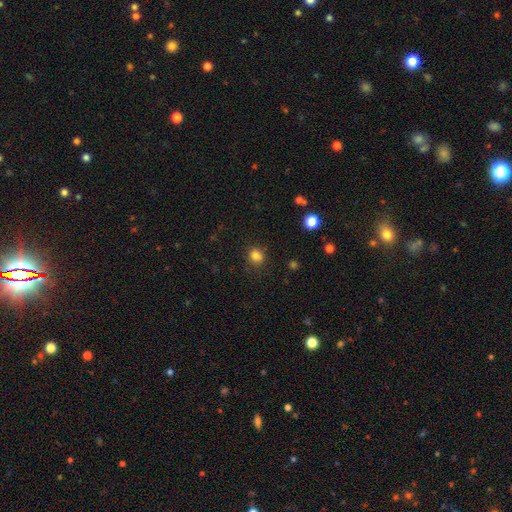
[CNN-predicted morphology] A smooth galaxy with no disk features (82%) that is round (79%). Merging: none (82%).